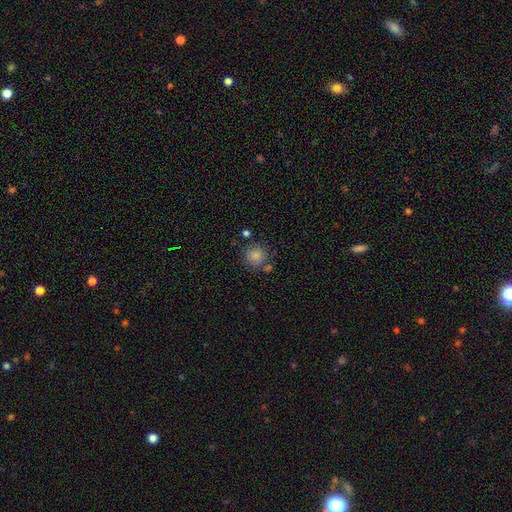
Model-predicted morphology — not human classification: This is clearly a smooth galaxy (84%). How rounded: clearly round (91%). Merging: likely none (75%).